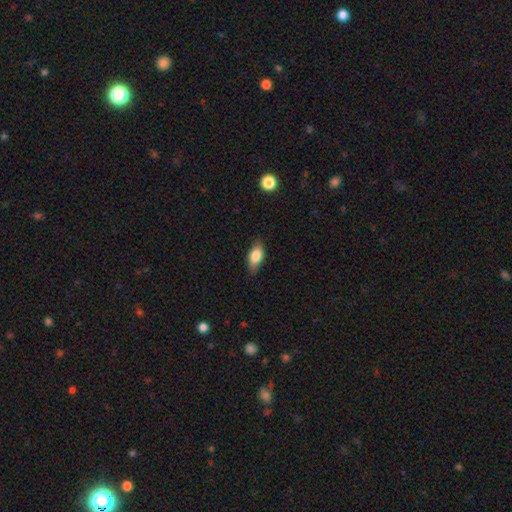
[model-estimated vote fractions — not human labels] Overall: smooth (78%). How rounded: in between (85%). Merging: none (81%).